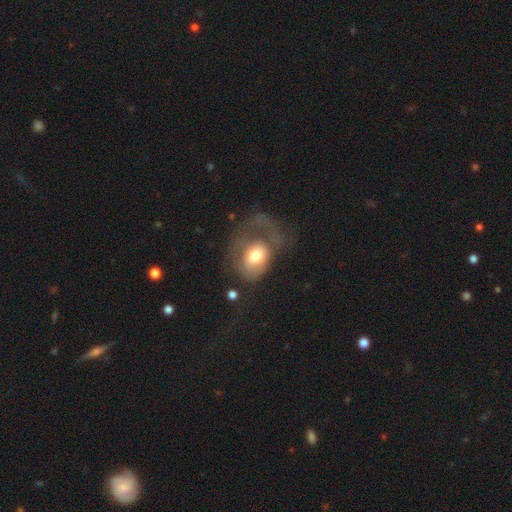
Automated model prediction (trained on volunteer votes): Smooth or featured? smooth (64%)
How rounded? in between (62%)
Merging? major disturbance (59%)